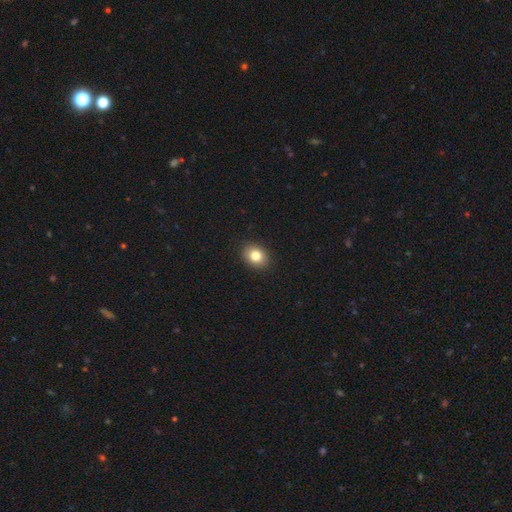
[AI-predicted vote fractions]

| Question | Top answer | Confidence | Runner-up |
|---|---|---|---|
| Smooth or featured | smooth | 82% | star or artifact (10%) |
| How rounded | in between | 52% | round (47%) |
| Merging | none | 91% | minor disturbance (7%) |